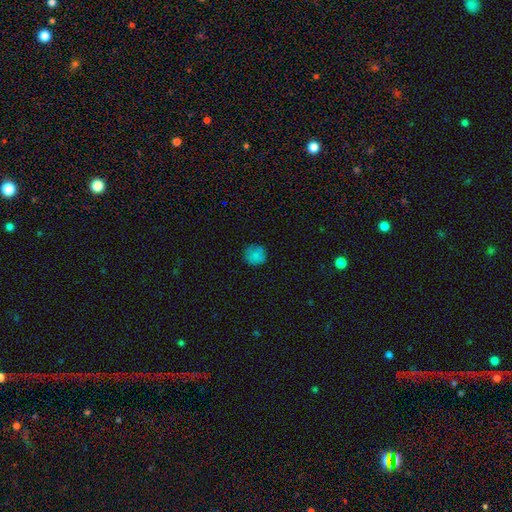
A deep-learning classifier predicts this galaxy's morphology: smooth-or-featured: smooth: 81% | star or artifact: 12% | featured or disk: 7%
  how-rounded: round: 91% | in between: 8% | cigar-shaped: 1%
  merging: none: 81% | minor disturbance: 15% | major disturbance: 3% | merger: 1%